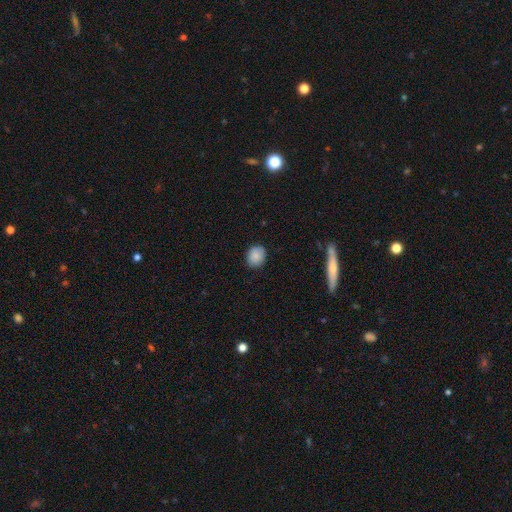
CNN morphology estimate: Smooth or featured? smooth (85%)
How rounded? round (60%)
Merging? none (85%)